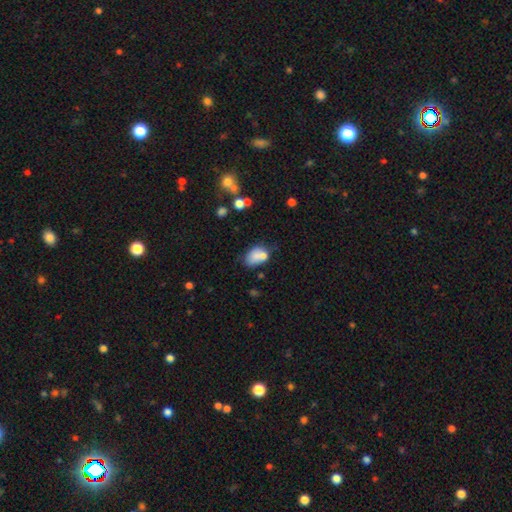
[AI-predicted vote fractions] Smooth or featured? Predicted: smooth (p=0.75). How rounded? Predicted: in between (p=0.80). Merging? Predicted: none (p=0.40).